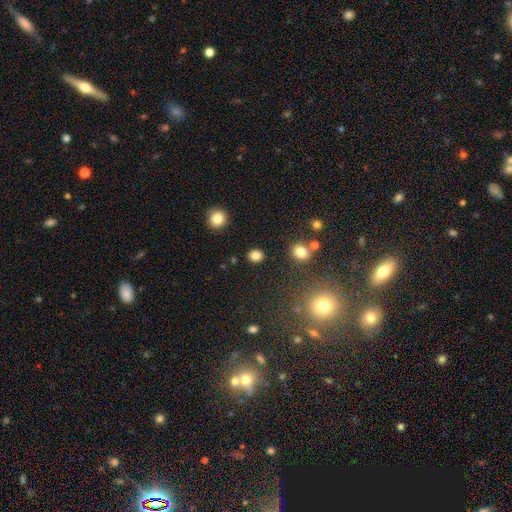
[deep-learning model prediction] A smooth galaxy with no disk features (83%) that is round (68%).

Vote fractions:
- Smooth or featured? smooth: 83% / star or artifact: 12% / featured or disk: 5%
- How rounded? round: 68% / in between: 31% / cigar-shaped: 1%
- Merging? none: 88% / minor disturbance: 7% / major disturbance: 2% / merger: 2%